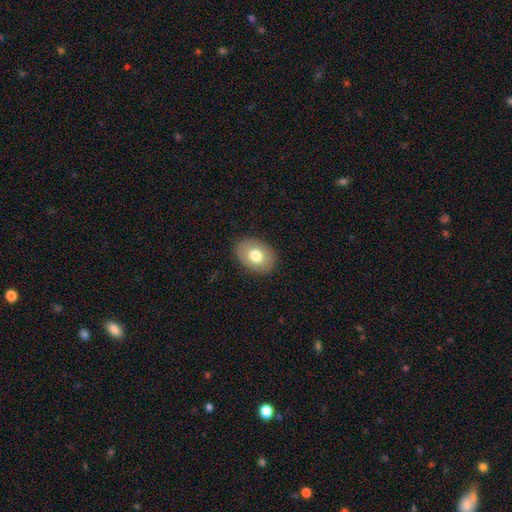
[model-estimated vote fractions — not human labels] A smooth galaxy with no disk features (76%) that is in between round and cigar-shaped (75%). Merging: none (89%).